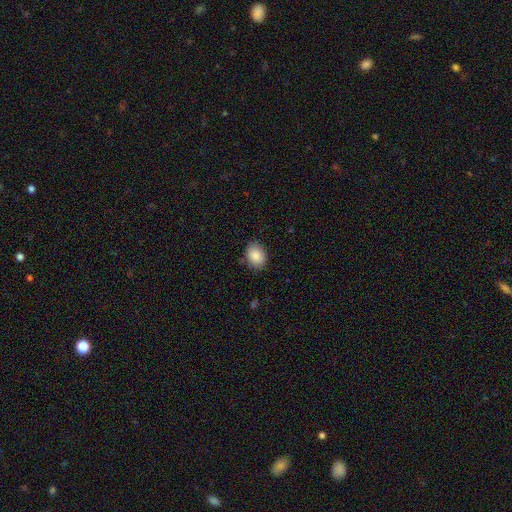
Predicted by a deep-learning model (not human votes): Q: Smooth or featured?
A: smooth (88%); runner-up: star or artifact (8%)
Q: How rounded?
A: in between (67%); runner-up: round (32%)
Q: Merging?
A: none (82%); runner-up: minor disturbance (13%)